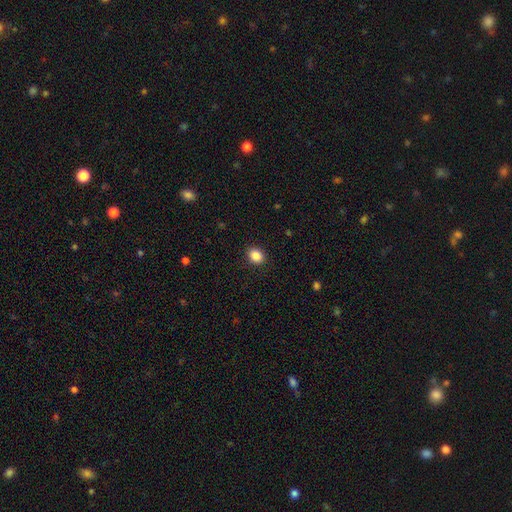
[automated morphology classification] Smooth or featured: smooth — 87% (star or artifact — 9%)
How rounded: in between — 51% (round — 48%)
Merging: none — 90% (minor disturbance — 7%)